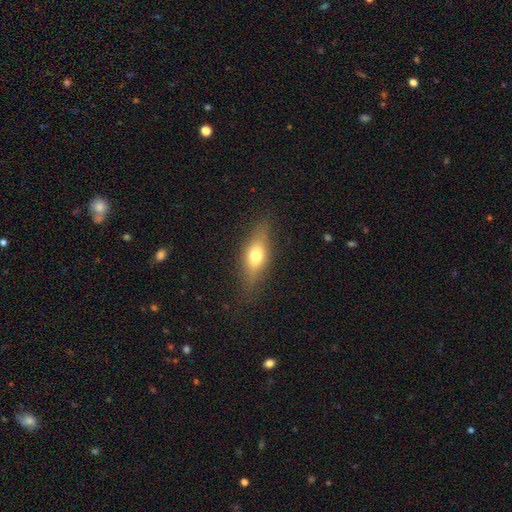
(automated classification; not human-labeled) Smooth or featured? smooth (64%)
How rounded? in between (64%)
Merging? none (80%)